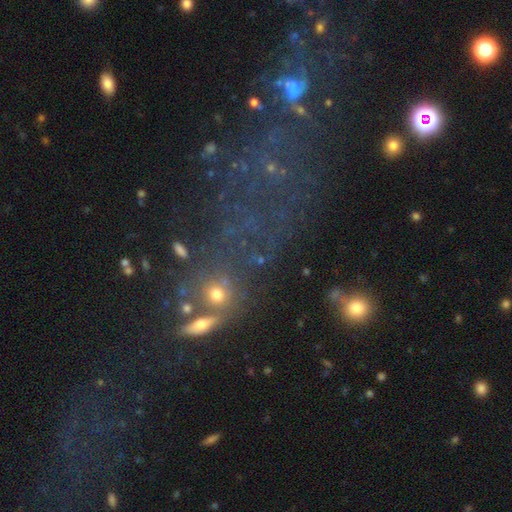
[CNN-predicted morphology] Smooth or featured?
  - star or artifact: 41% *
  - smooth: 37%
  - featured or disk: 22%